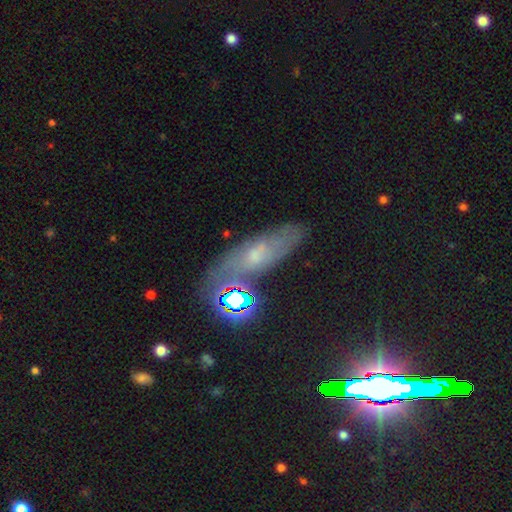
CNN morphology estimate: type=smooth (41%); merging=none (68%).